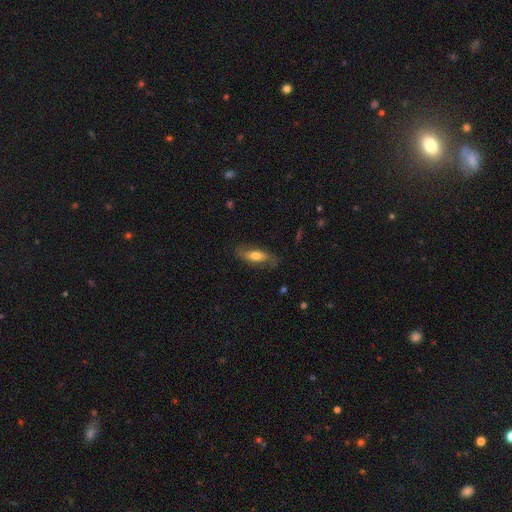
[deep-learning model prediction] Q: Smooth or featured?
A: smooth (53%); runner-up: featured or disk (40%)
Q: How rounded?
A: in between (65%); runner-up: cigar-shaped (32%)
Q: Merging?
A: none (71%); runner-up: minor disturbance (21%)